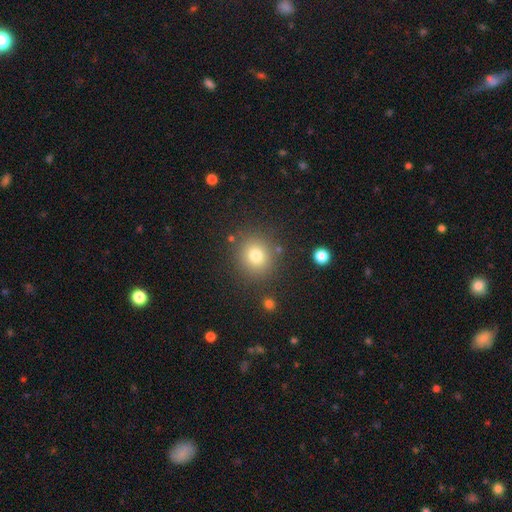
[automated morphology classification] Smooth or featured?
  - smooth: 77% *
  - star or artifact: 14%
  - featured or disk: 9%
How rounded?
  - round: 88% *
  - in between: 12%
  - cigar-shaped: 1%
Merging?
  - none: 85% *
  - minor disturbance: 8%
  - major disturbance: 4%
  - merger: 3%